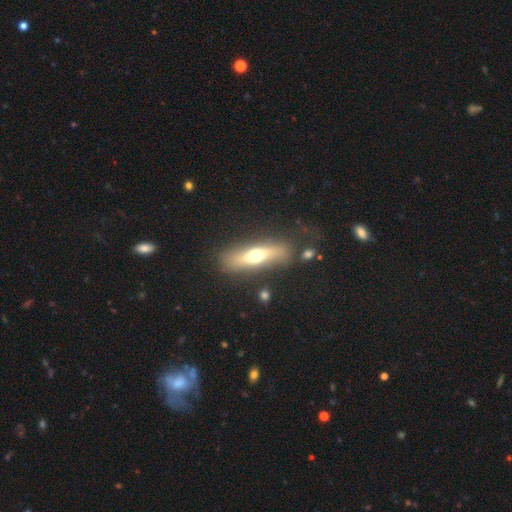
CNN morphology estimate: Smooth or featured? featured or disk (48%)
Merging? none (80%)